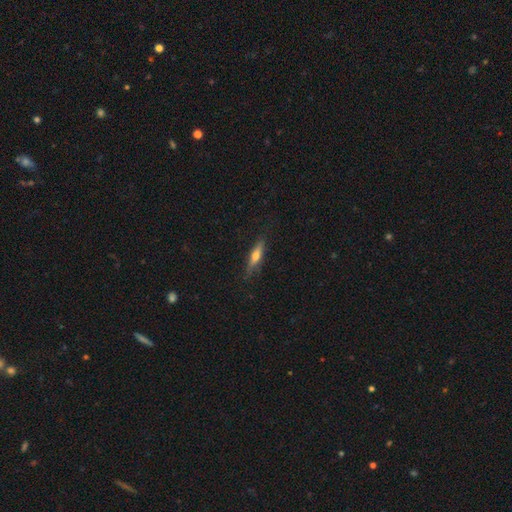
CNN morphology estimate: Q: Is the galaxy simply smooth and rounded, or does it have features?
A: smooth — 54%.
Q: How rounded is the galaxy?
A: cigar-shaped — 74%.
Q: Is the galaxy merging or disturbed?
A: none — 82%.